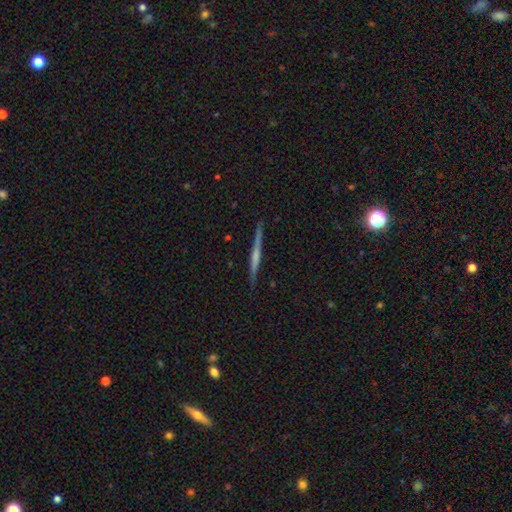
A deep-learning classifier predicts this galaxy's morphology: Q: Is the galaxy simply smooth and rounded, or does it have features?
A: featured or disk — 63%.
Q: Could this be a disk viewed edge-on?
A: yes — 98%.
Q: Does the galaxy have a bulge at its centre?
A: none — 50%.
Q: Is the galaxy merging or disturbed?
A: none — 90%.